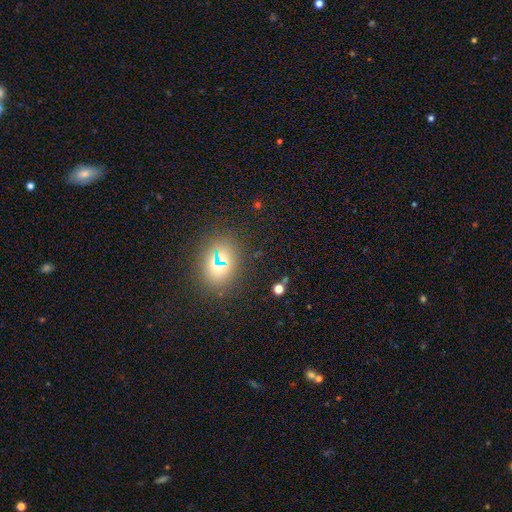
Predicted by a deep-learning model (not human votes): Q: Smooth or featured?
A: smooth (66%); runner-up: star or artifact (23%)
Q: How rounded?
A: in between (64%); runner-up: round (34%)
Q: Merging?
A: none (81%); runner-up: minor disturbance (10%)